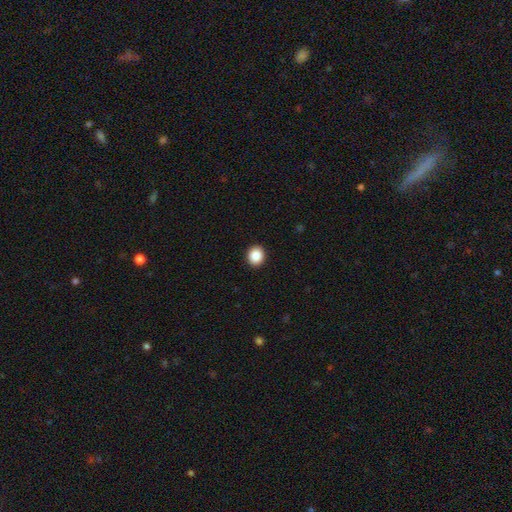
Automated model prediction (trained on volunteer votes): smooth_or_featured: smooth (p=0.88) [alt: star or artifact p=0.09]
how_rounded: round (p=0.76) [alt: in between p=0.23]
merging: none (p=0.93) [alt: minor disturbance p=0.05]